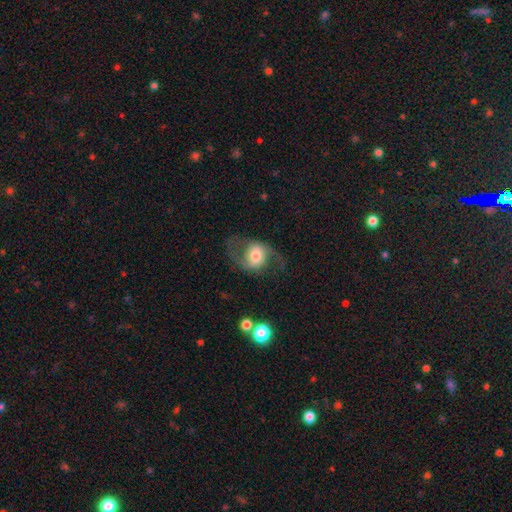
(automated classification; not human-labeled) Smooth or featured: featured or disk — 67% (smooth — 26%)
Edge-on disk: no — 96% (yes — 4%)
Bar: no — 57% (weak — 32%)
Spiral arms: yes — 86% (no — 14%)
Spiral winding: loose — 54% (medium — 39%)
Spiral arm count: 2 — 90% (can't tell — 4%)
Bulge size: moderate — 54% (large — 22%)
Merging: none — 64% (major disturbance — 18%)